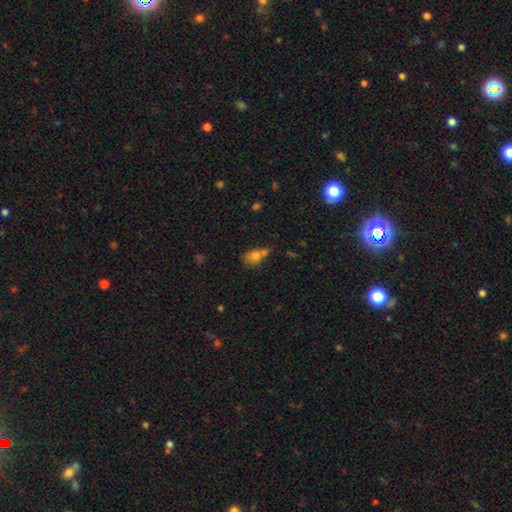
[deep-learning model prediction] Smooth or featured?
  - smooth: 76% *
  - star or artifact: 12%
  - featured or disk: 11%
How rounded?
  - in between: 52% *
  - round: 46%
  - cigar-shaped: 2%
Merging?
  - merger: 39% *
  - none: 37%
  - minor disturbance: 16%
  - major disturbance: 8%